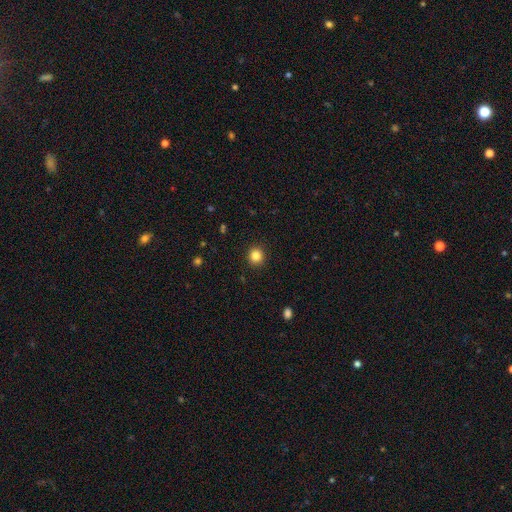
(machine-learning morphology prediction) A smooth galaxy with no disk features (84%) that is round (91%).

Vote fractions:
- Smooth or featured? smooth: 84% / star or artifact: 11% / featured or disk: 4%
- How rounded? round: 91% / in between: 8% / cigar-shaped: 1%
- Merging? none: 92% / minor disturbance: 5% / major disturbance: 2% / merger: 1%